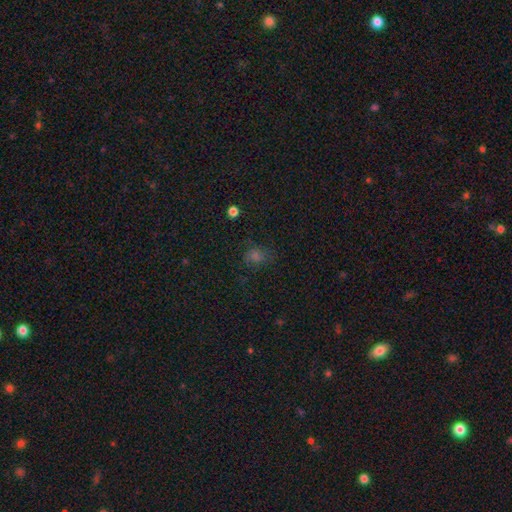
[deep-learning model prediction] The model was most divided on "how rounded": round: 60%, in between: 38%, cigar-shaped: 1%. More confident: merging — none (66%); smooth or featured — smooth (53%).